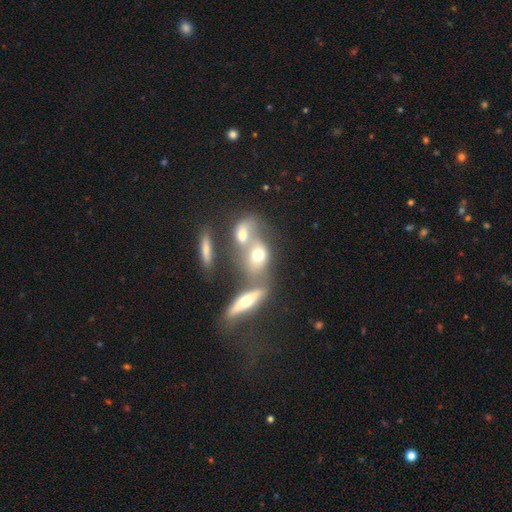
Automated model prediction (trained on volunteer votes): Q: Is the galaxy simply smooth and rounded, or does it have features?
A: featured or disk — 56%.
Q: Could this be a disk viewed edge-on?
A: no — 61%.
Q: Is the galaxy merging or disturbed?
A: merger — 69%.